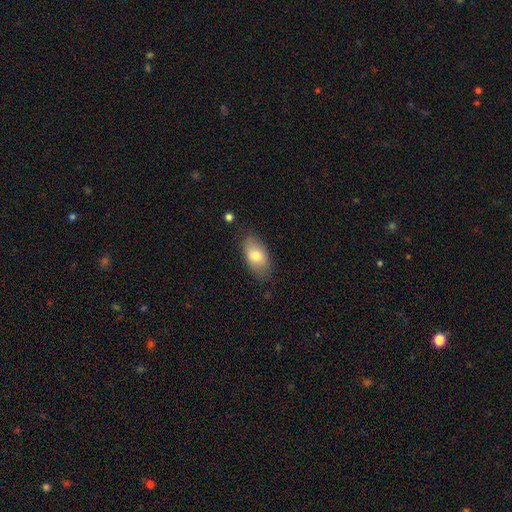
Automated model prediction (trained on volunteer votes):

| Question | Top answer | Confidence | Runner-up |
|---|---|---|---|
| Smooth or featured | smooth | 77% | featured or disk (17%) |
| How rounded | in between | 92% | round (5%) |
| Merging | none | 78% | minor disturbance (16%) |